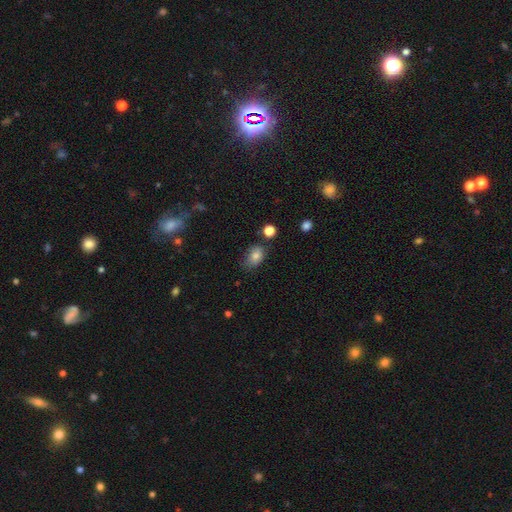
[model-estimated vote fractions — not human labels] Q: Smooth or featured?
A: smooth (80%); runner-up: star or artifact (11%)
Q: How rounded?
A: in between (75%); runner-up: round (23%)
Q: Merging?
A: none (65%); runner-up: minor disturbance (26%)